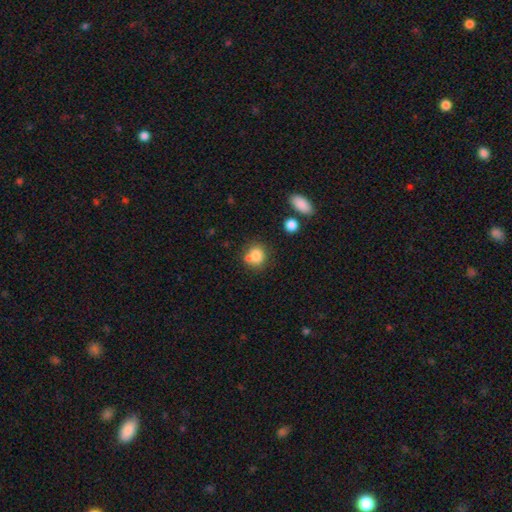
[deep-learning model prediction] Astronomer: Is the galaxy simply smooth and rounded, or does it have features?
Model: smooth — 79%.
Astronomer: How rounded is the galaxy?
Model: round — 74%.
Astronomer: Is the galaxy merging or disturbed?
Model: none — 55%.